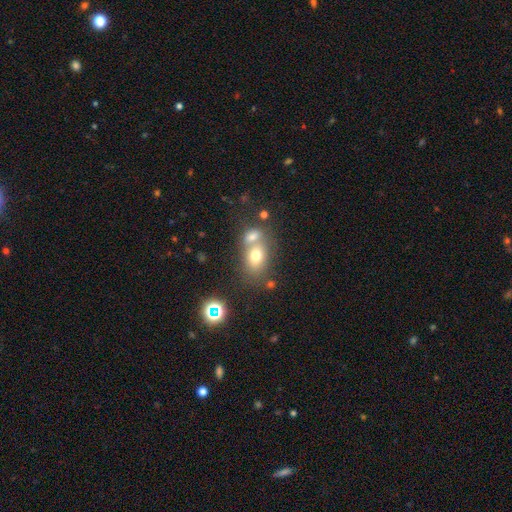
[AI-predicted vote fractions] Smooth or featured? Predicted: smooth (p=0.70). How rounded? Predicted: in between (p=0.71). Merging? Predicted: merger (p=0.49).